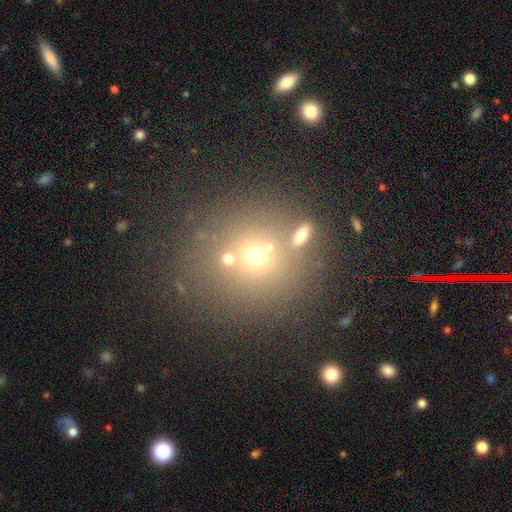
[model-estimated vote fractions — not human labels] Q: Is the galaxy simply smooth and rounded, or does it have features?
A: smooth — 50%.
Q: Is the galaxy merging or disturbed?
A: none — 68%.